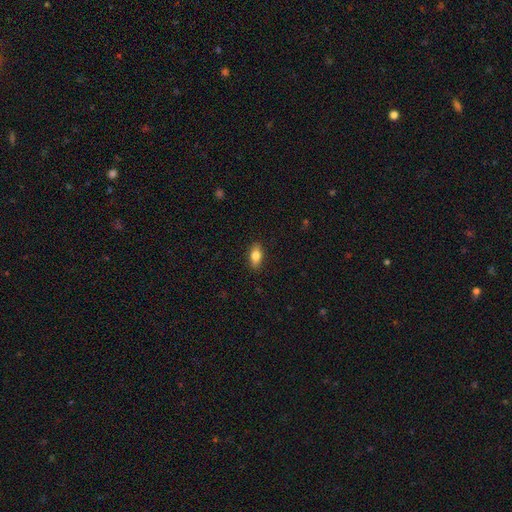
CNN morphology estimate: Smooth or featured? Predicted: smooth (p=0.78). How rounded? Predicted: in between (p=0.84). Merging? Predicted: none (p=0.89).